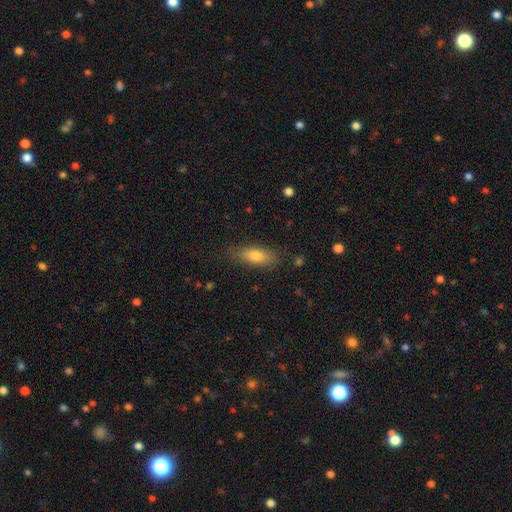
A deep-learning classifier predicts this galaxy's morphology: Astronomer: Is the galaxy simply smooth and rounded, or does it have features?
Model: smooth — 76%.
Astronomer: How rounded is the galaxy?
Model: in between — 68%.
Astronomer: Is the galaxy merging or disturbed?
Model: none — 80%.